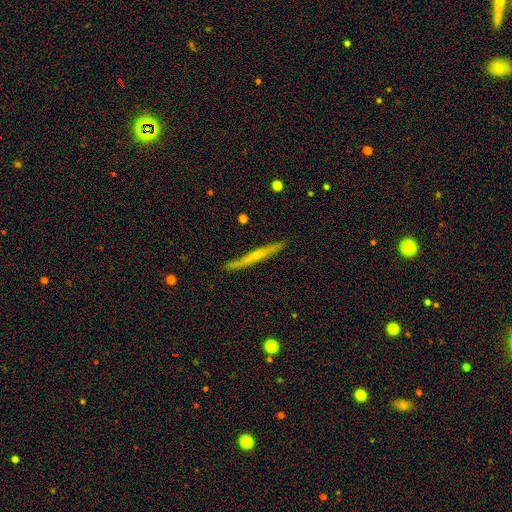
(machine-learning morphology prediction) This is possibly a featured or disk galaxy (51%). It is clearly viewed edge-on (95%). Merging: clearly none (87%).